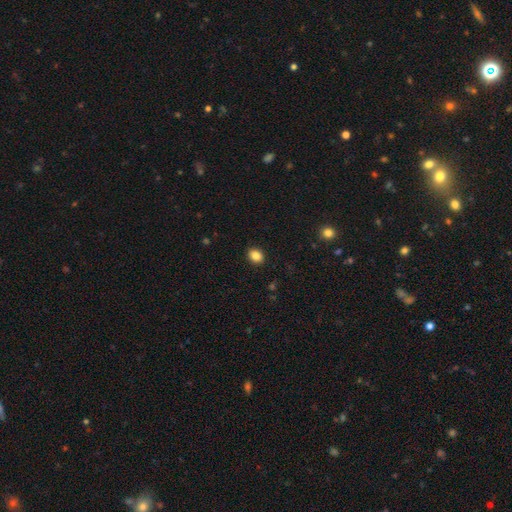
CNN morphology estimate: Smooth or featured? Predicted: smooth (p=0.87). How rounded? Predicted: in between (p=0.59). Merging? Predicted: none (p=0.90).